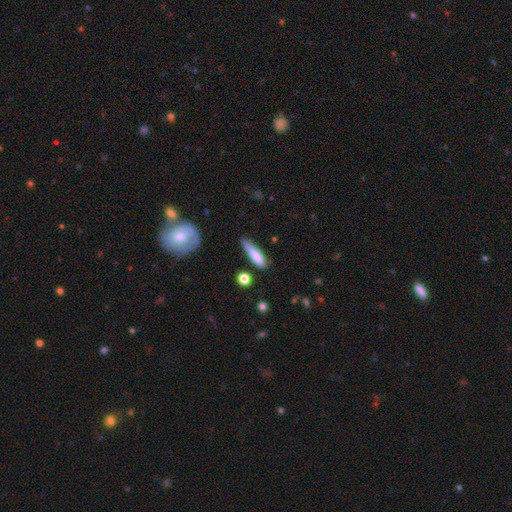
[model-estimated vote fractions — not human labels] This is likely a smooth galaxy (78%). How rounded: likely cigar-shaped (75%). Merging: possibly none (58%).